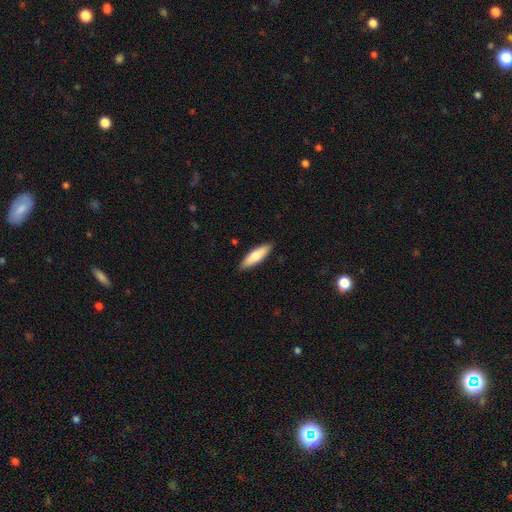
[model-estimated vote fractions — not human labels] Smooth or featured: smooth — 74% (featured or disk — 20%)
How rounded: cigar-shaped — 55% (in between — 43%)
Merging: none — 89% (minor disturbance — 8%)